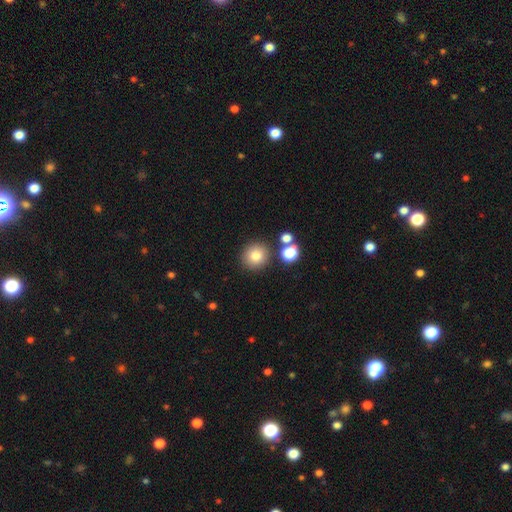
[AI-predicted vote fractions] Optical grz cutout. It shows a smooth galaxy with no disk features (79%) that is round (91%). Merging: none (81%).